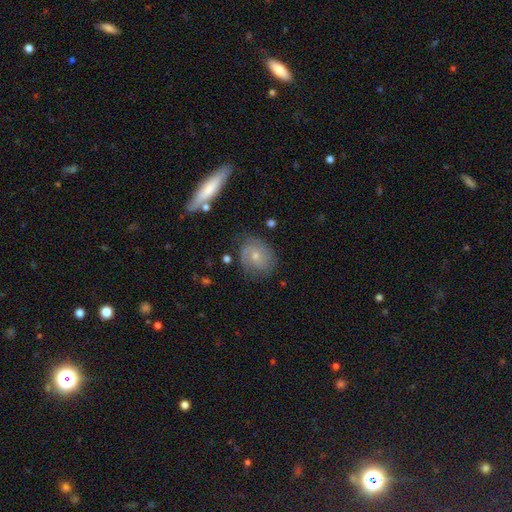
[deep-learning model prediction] smooth-or-featured: featured or disk: 62% | smooth: 30% | star or artifact: 8%
  disk-edge-on: no: 95% | yes: 5%
    bar: no: 73% | weak: 23% | strong: 4%
    has-spiral-arms: yes: 84% | no: 16%
    bulge-size: small: 51% | moderate: 45% | none: 2% | large: 2% | dominant: 1%
  merging: none: 70% | minor disturbance: 20% | major disturbance: 7% | merger: 2%